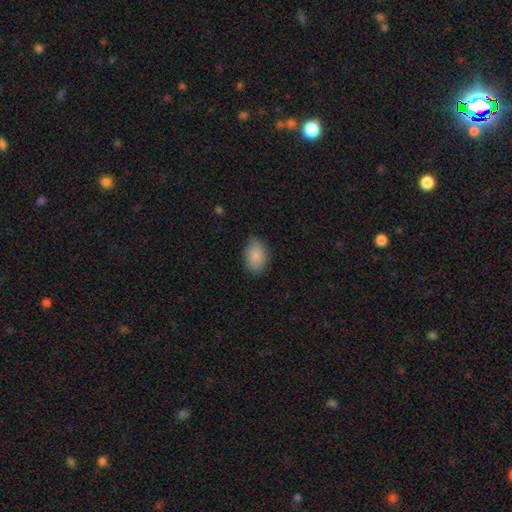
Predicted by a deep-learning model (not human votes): Smooth or featured? smooth (87%)
How rounded? in between (84%)
Merging? none (75%)